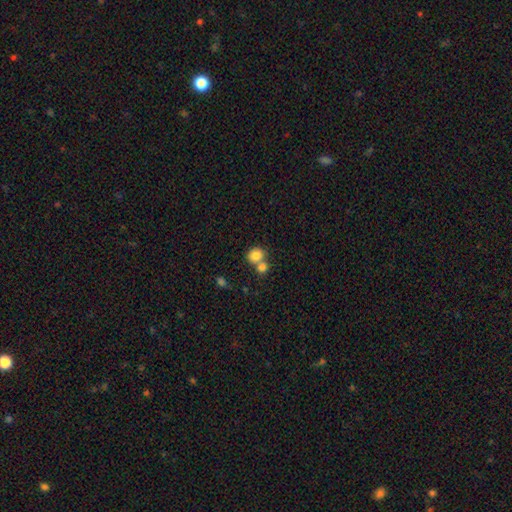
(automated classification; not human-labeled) This is clearly a smooth galaxy (82%). How rounded: likely round (66%). Merging: possibly merger (47%).